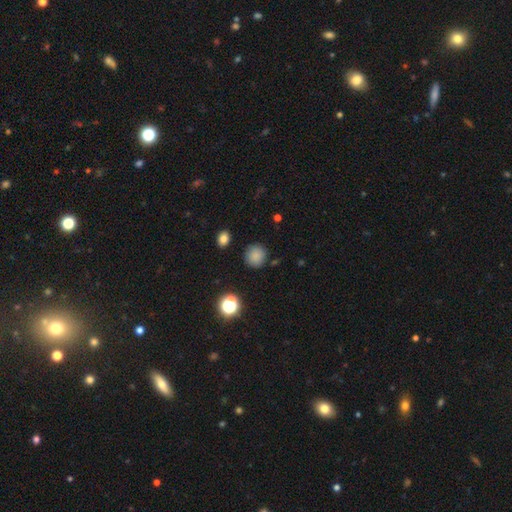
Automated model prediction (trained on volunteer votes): This appears to be a smooth galaxy with no disk features (83%) that is round (91%). Merging: none (86%).